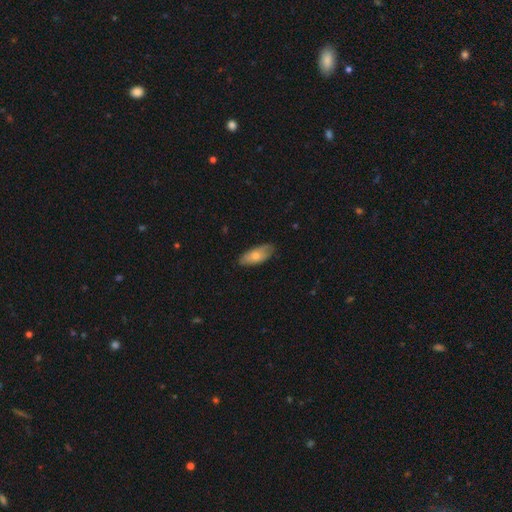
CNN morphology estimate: Q: Smooth or featured?
A: smooth (72%); runner-up: featured or disk (22%)
Q: How rounded?
A: in between (84%); runner-up: cigar-shaped (14%)
Q: Merging?
A: none (77%); runner-up: minor disturbance (19%)